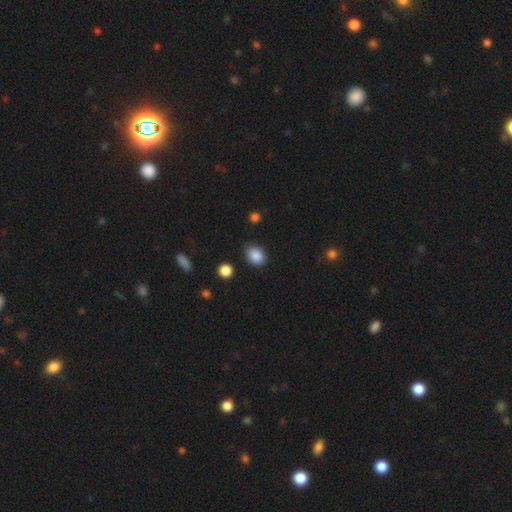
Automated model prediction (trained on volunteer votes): Smooth or featured? Predicted: smooth (p=0.87). How rounded? Predicted: round (p=0.50). Merging? Predicted: none (p=0.80).